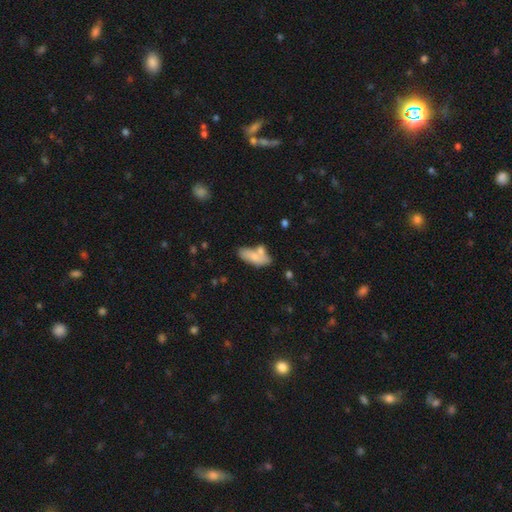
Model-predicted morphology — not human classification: Smooth or featured? smooth (75%)
How rounded? in between (79%)
Merging? none (52%)